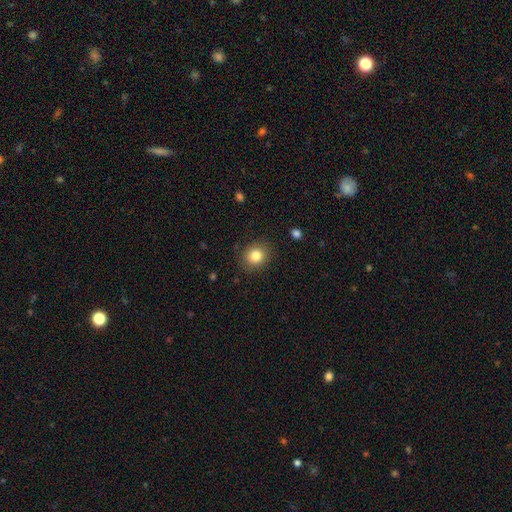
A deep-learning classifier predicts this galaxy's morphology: A smooth galaxy with no disk features (83%) that is round (73%). Merging: none (88%).